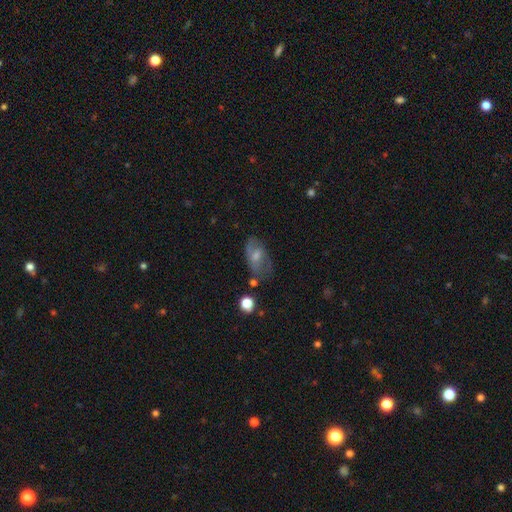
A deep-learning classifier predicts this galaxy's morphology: Smooth or featured? Predicted: featured or disk (p=0.53). Edge-on disk? Predicted: no (p=0.91). Merging? Predicted: none (p=0.62).